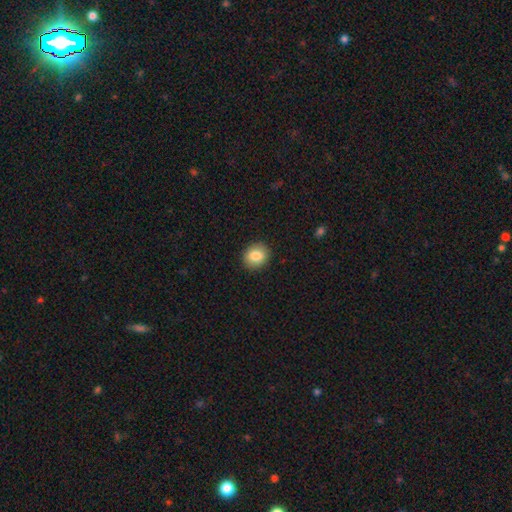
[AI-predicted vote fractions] The model was most divided on "how rounded": round: 73%, in between: 26%, cigar-shaped: 1%. More confident: merging — none (90%); smooth or featured — smooth (83%).